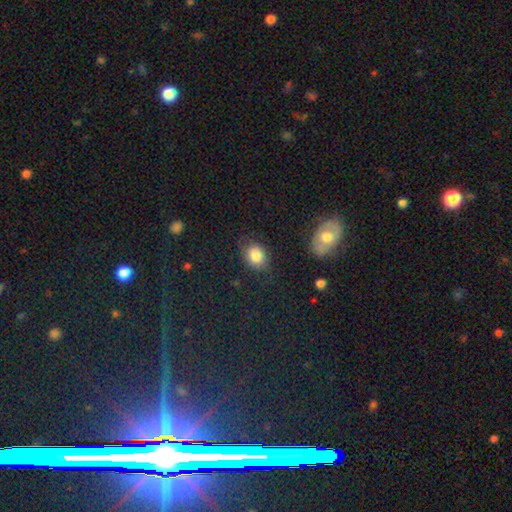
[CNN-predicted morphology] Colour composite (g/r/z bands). It shows a smooth galaxy with no disk features (80%) that is in between round and cigar-shaped (51%). Merging: none (71%).